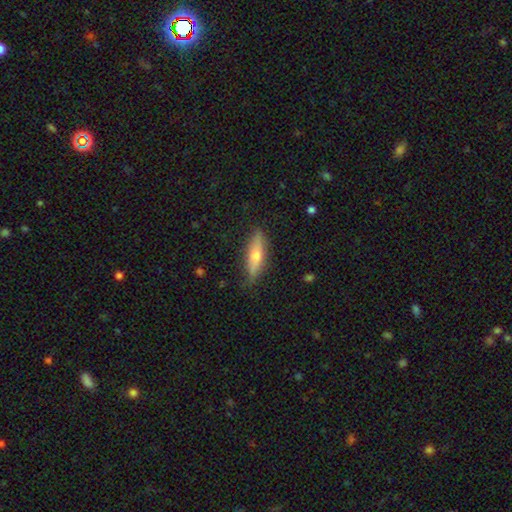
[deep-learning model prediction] A smooth galaxy with no disk features (55%) that is cigar-shaped (64%).

Vote fractions:
- Smooth or featured? smooth: 55% / featured or disk: 38% / star or artifact: 6%
- How rounded? cigar-shaped: 64% / in between: 33% / round: 2%
- Merging? none: 82% / minor disturbance: 15% / major disturbance: 3% / merger: 1%